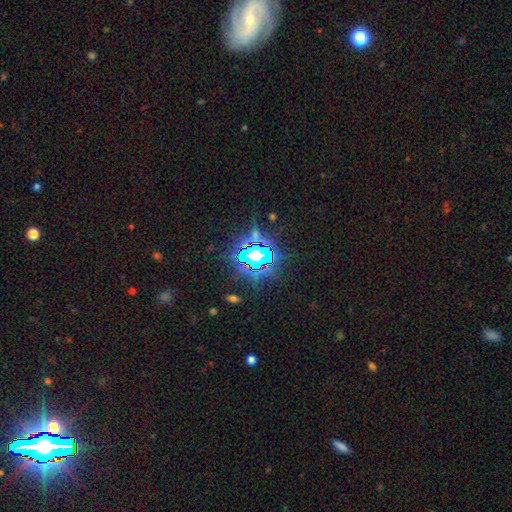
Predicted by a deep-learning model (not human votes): star or artifact 67%, smooth 20%, featured or disk 13%.